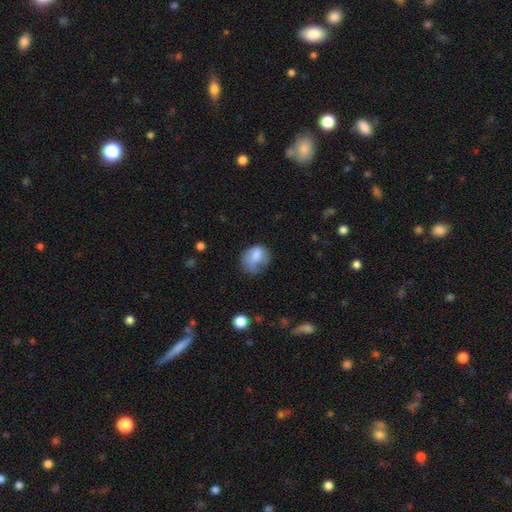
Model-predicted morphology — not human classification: type=smooth (72%); roundness=in between (57%); merging=none (36%).